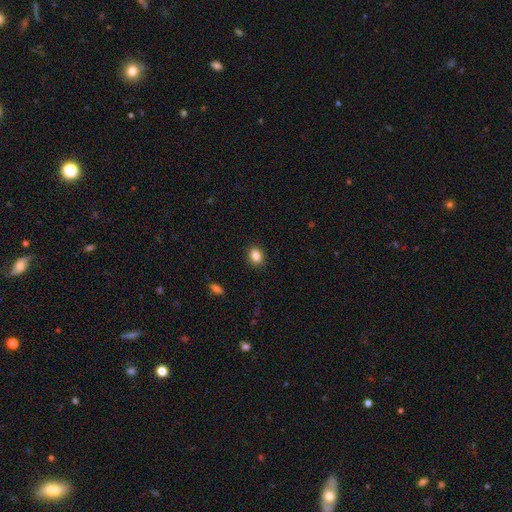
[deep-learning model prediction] smooth 85%, star or artifact 10%, featured or disk 5%. Down the decision tree: how rounded — in between (53%); merging — none (90%).